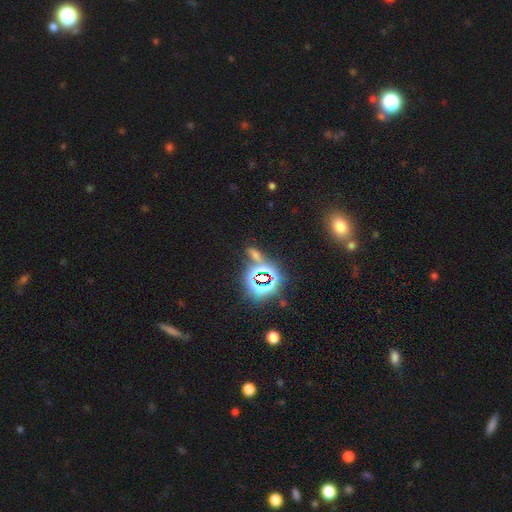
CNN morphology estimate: This appears to be a star or artifact, not a galaxy (65%).